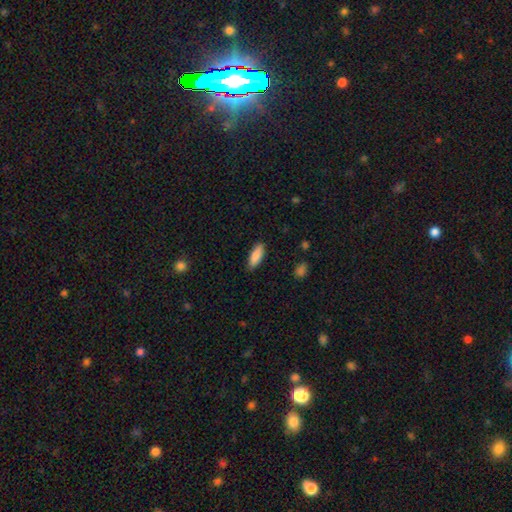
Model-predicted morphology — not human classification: Overall: smooth (89%). How rounded: in between (73%). Merging: none (86%).